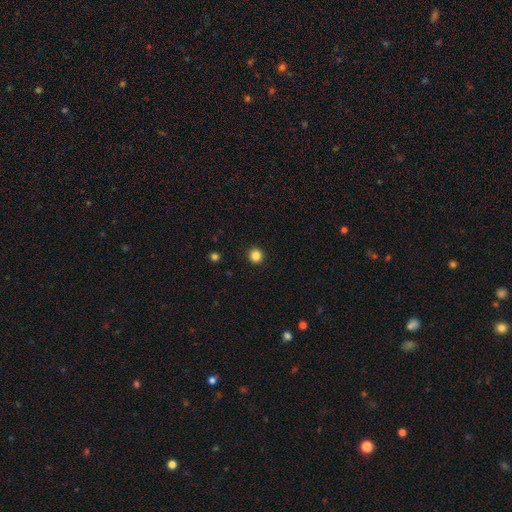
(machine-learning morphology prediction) smooth_or_featured: smooth (p=0.85) [alt: star or artifact p=0.11]
how_rounded: round (p=0.95) [alt: in between p=0.04]
merging: none (p=0.93) [alt: minor disturbance p=0.04]